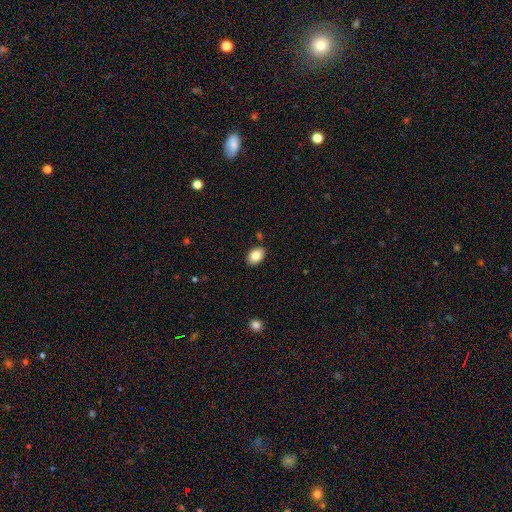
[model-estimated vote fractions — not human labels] Smooth or featured: smooth — 84% (featured or disk — 8%)
How rounded: in between — 80% (round — 19%)
Merging: none — 86% (minor disturbance — 9%)